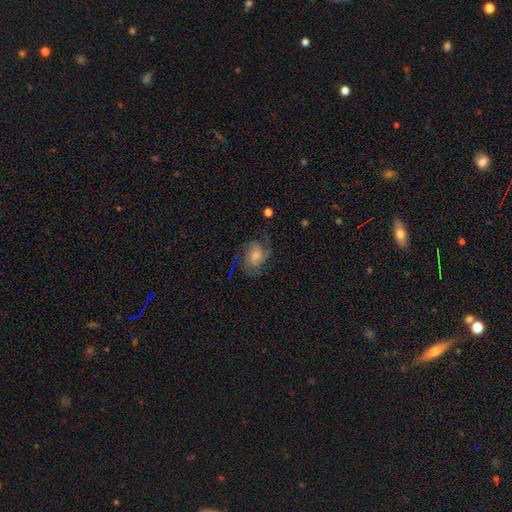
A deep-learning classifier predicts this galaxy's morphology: Smooth or featured: featured or disk — 66% (smooth — 26%)
Edge-on disk: no — 97% (yes — 3%)
Bar: no — 54% (weak — 39%)
Spiral arms: yes — 91% (no — 9%)
Spiral winding: medium — 48% (tight — 29%)
Spiral arm count: 2 — 53% (can't tell — 20%)
Bulge size: moderate — 43% (small — 35%)
Merging: none — 61% (minor disturbance — 21%)